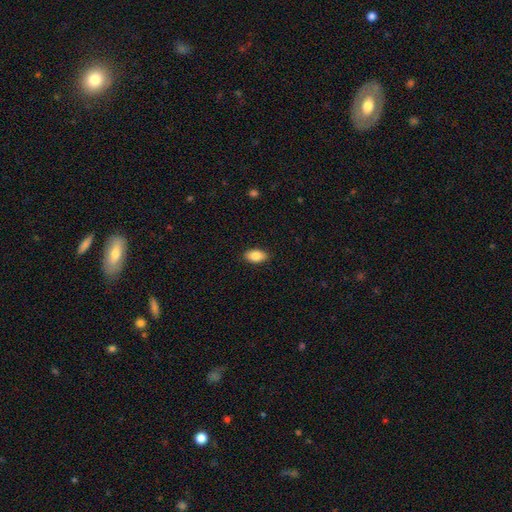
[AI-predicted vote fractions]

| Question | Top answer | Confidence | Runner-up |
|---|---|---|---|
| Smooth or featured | smooth | 87% | star or artifact (7%) |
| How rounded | in between | 93% | round (5%) |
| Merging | none | 89% | minor disturbance (8%) |